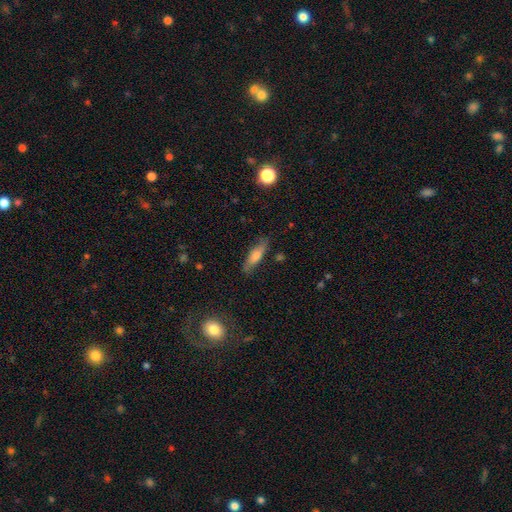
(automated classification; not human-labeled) Overall: smooth (62%; featured or disk 30%). How rounded: cigar-shaped (63%; in between 34%). Merging: none (80%).